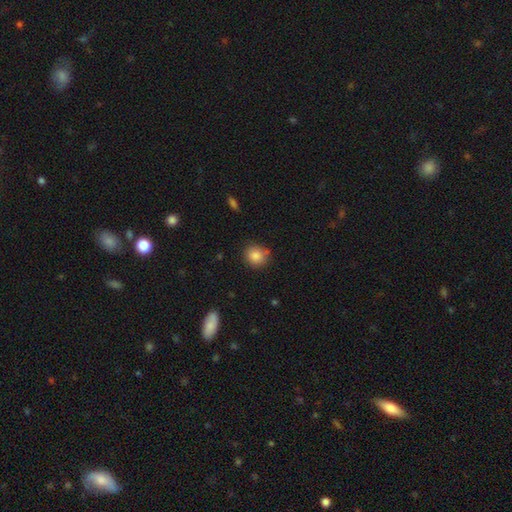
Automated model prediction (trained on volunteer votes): smooth-or-featured: smooth: 85% | star or artifact: 9% | featured or disk: 5%
  how-rounded: round: 82% | in between: 17% | cigar-shaped: 1%
  merging: none: 79% | minor disturbance: 13% | merger: 4% | major disturbance: 3%